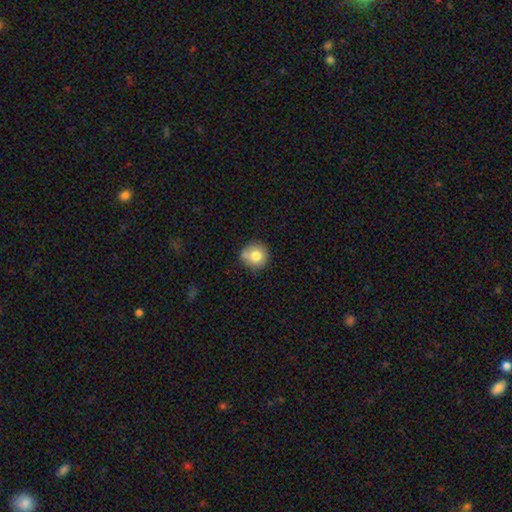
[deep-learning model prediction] smooth-or-featured: smooth: 78% | featured or disk: 13% | star or artifact: 9%
  how-rounded: round: 91% | in between: 8% | cigar-shaped: 1%
  merging: none: 67% | minor disturbance: 18% | merger: 11% | major disturbance: 4%